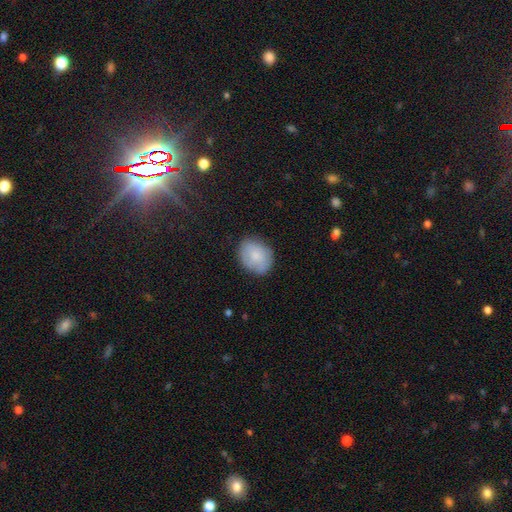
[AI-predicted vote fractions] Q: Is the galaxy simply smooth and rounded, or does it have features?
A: smooth — 74%.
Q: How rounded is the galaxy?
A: in between — 55%.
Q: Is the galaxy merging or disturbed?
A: none — 77%.